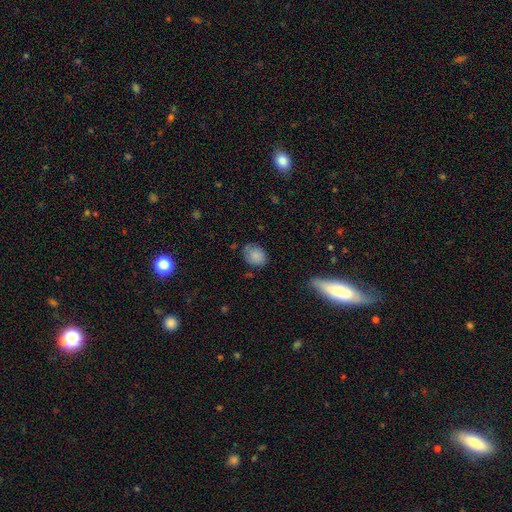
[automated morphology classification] smooth_or_featured: smooth (p=0.83) [alt: star or artifact p=0.08]
how_rounded: in between (p=0.52) [alt: round p=0.47]
merging: none (p=0.67) [alt: minor disturbance p=0.24]